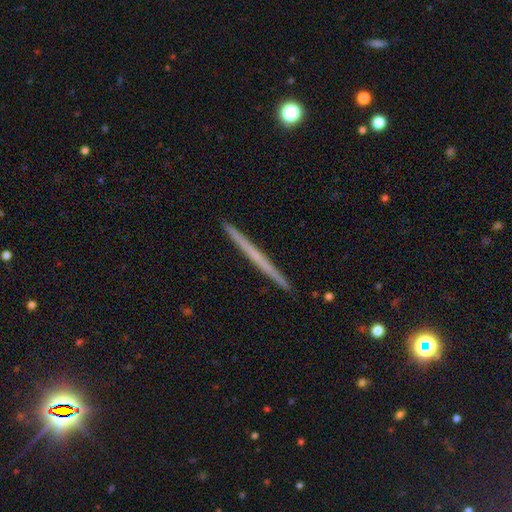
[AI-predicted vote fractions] smooth-or-featured: featured or disk: 55% | smooth: 38% | star or artifact: 7%
  disk-edge-on: yes: 98% | no: 2%
    edge-on-bulge: none: 88% | rounded: 9% | boxy: 3%
  merging: none: 93% | minor disturbance: 5% | major disturbance: 1% | merger: 1%